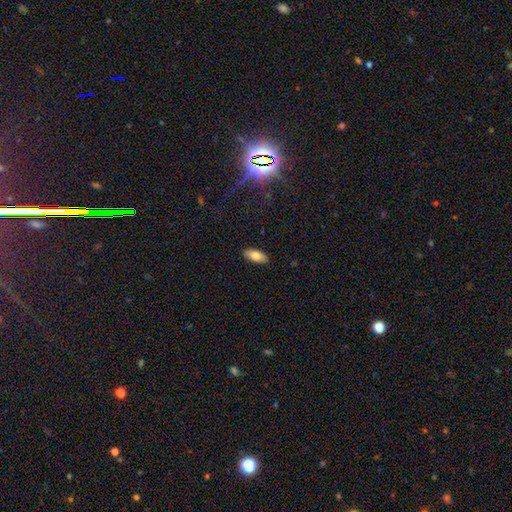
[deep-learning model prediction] Q: Smooth or featured?
A: smooth (78%); runner-up: featured or disk (15%)
Q: How rounded?
A: in between (86%); runner-up: cigar-shaped (11%)
Q: Merging?
A: none (90%); runner-up: minor disturbance (8%)